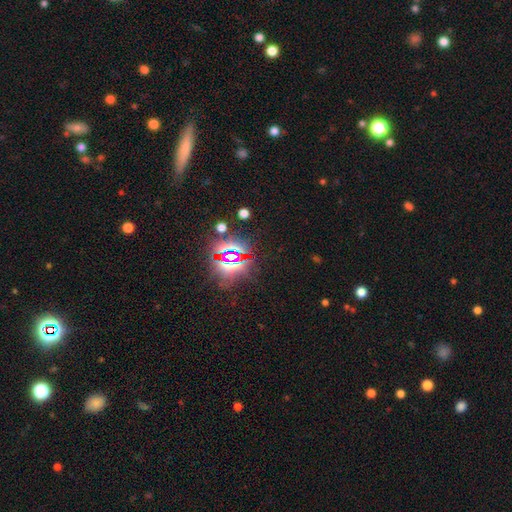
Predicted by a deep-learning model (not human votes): Smooth or featured?
  - star or artifact: 80% *
  - smooth: 12%
  - featured or disk: 8%